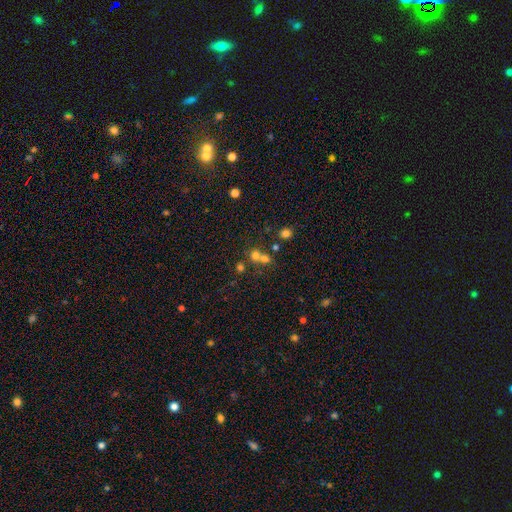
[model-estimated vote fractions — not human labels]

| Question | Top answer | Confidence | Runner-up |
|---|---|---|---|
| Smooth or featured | smooth | 66% | star or artifact (21%) |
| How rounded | round | 81% | in between (18%) |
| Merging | merger | 51% | none (40%) |